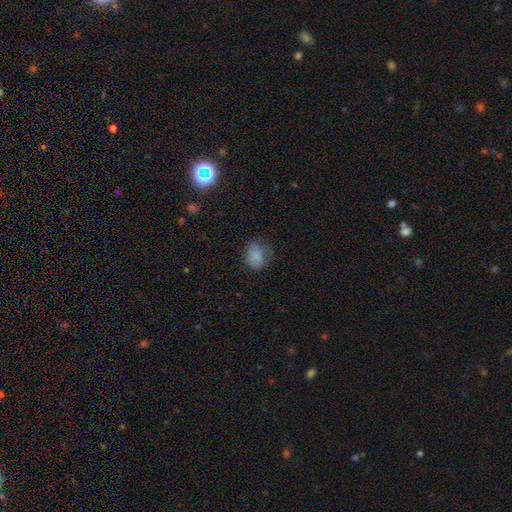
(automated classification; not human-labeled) Smooth or featured? Predicted: smooth (p=0.80). How rounded? Predicted: in between (p=0.59). Merging? Predicted: none (p=0.61).